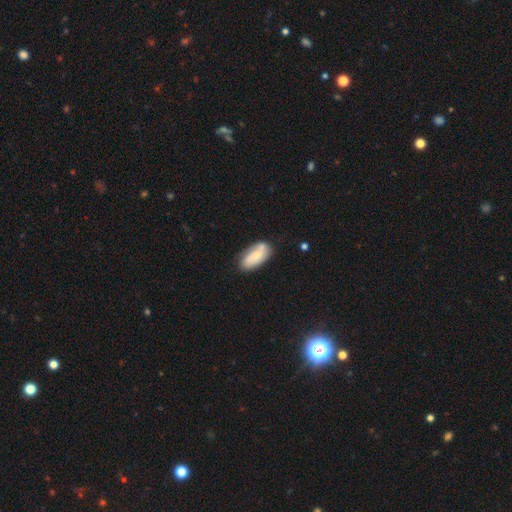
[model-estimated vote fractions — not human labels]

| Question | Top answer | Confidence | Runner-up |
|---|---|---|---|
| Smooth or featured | smooth | 61% | featured or disk (33%) |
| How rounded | in between | 87% | cigar-shaped (10%) |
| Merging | none | 69% | minor disturbance (21%) |